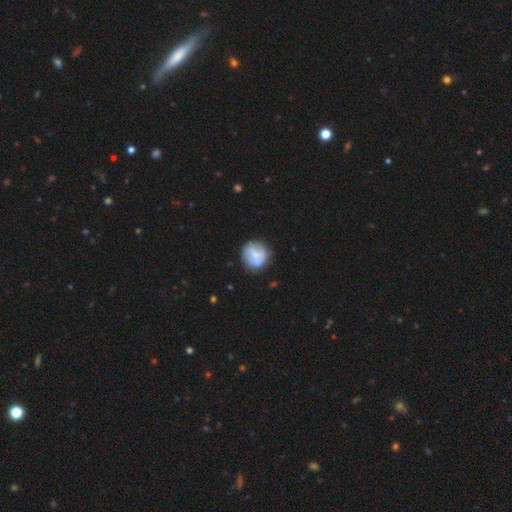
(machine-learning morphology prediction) smooth 58%, featured or disk 35%, star or artifact 7%. Down the decision tree: how rounded — round (83%); merging — none (69%).